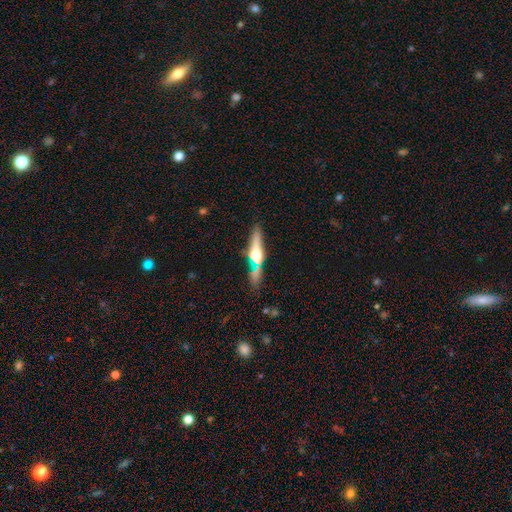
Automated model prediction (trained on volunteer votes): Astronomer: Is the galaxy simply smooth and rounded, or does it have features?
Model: featured or disk — 58% (runner-up: smooth, 35%).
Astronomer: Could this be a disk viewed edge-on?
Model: yes — 92%.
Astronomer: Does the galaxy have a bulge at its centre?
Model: rounded — 90%.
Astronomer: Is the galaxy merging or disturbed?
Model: none — 67%.